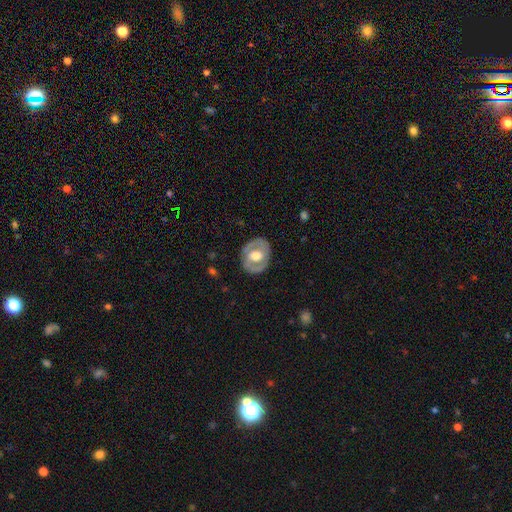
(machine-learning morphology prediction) Smooth or featured? Predicted: featured or disk (p=0.63). Edge-on disk? Predicted: no (p=0.95). Bar? Predicted: no (p=0.58). Spiral arms? Predicted: no (p=0.63). Bulge size? Predicted: moderate (p=0.57). Merging? Predicted: none (p=0.81).